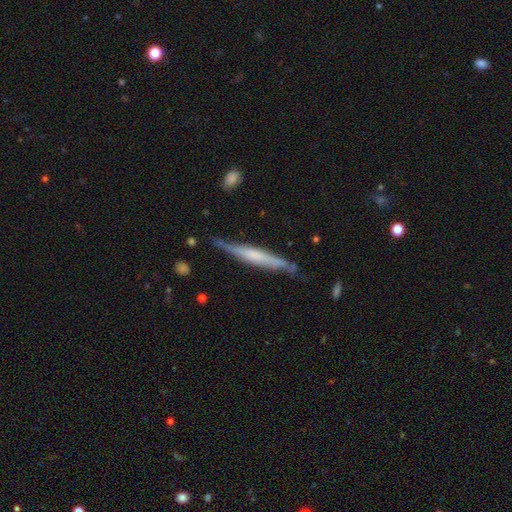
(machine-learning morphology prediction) smooth-or-featured: featured or disk: 57% | smooth: 37% | star or artifact: 6%
  disk-edge-on: yes: 94% | no: 6%
    edge-on-bulge: none: 41% | rounded: 30% | boxy: 29%
  merging: none: 75% | minor disturbance: 19% | major disturbance: 4% | merger: 3%